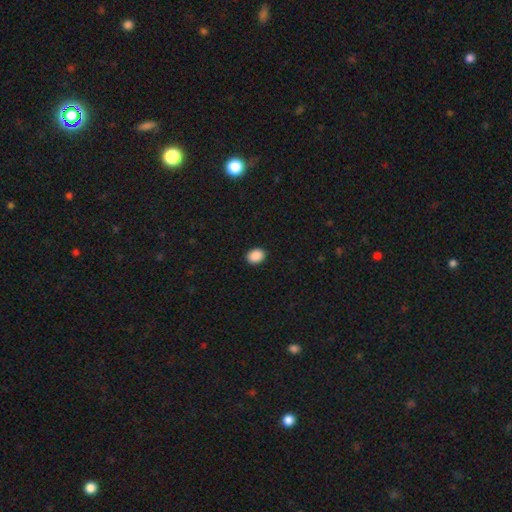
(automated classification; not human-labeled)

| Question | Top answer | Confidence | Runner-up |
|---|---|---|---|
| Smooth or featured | smooth | 90% | star or artifact (8%) |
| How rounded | in between | 63% | round (36%) |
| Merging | none | 91% | minor disturbance (6%) |